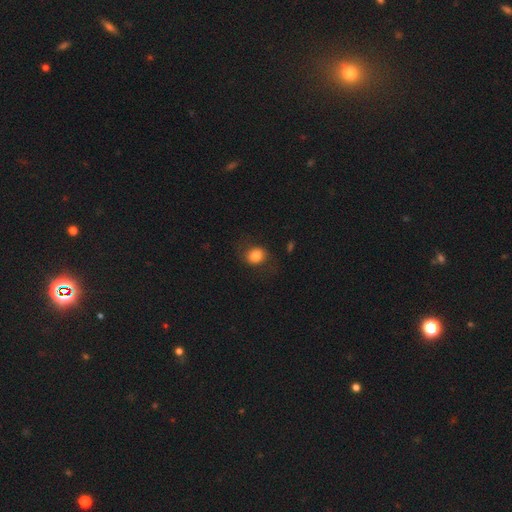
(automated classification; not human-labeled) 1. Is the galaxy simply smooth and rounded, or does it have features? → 79% smooth, 12% featured or disk, 9% star or artifact.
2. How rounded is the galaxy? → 63% round, 36% in between, 1% cigar-shaped.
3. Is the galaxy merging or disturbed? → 70% none, 18% minor disturbance, 11% major disturbance, 1% merger.